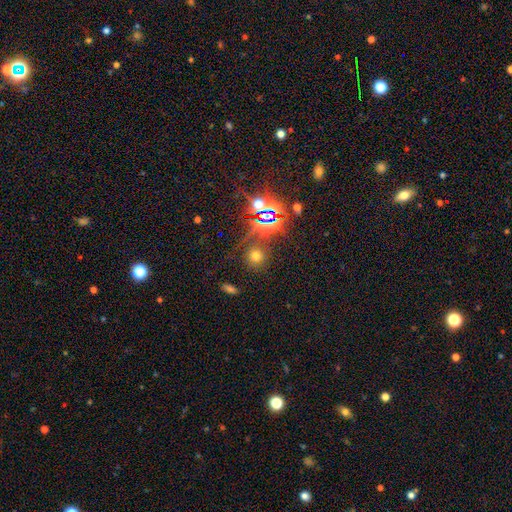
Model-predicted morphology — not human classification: type=smooth (57%); roundness=round (89%); merging=none (80%).